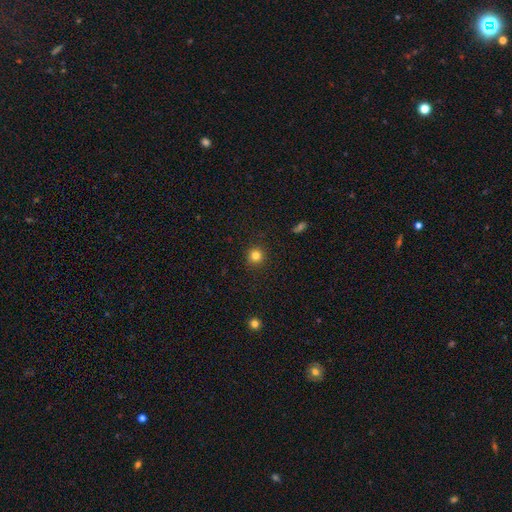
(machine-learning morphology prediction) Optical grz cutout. It shows a smooth galaxy with no disk features (82%) that is round (94%). Merging: none (90%).